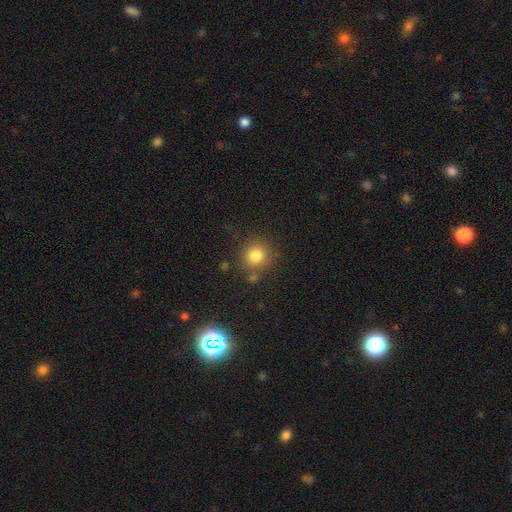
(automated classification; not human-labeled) smooth-or-featured: smooth: 82% | star or artifact: 12% | featured or disk: 7%
  how-rounded: round: 89% | in between: 10% | cigar-shaped: 1%
  merging: none: 76% | minor disturbance: 12% | merger: 7% | major disturbance: 4%